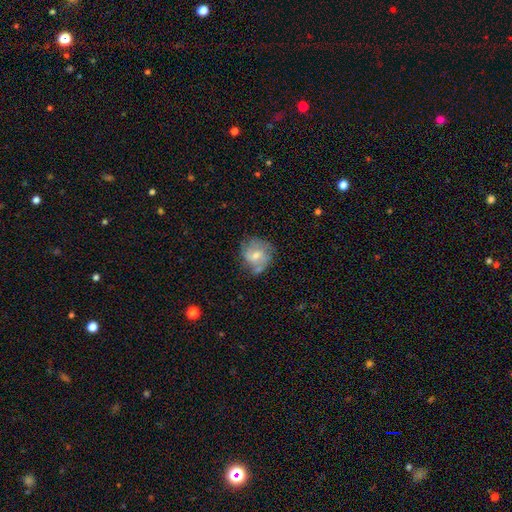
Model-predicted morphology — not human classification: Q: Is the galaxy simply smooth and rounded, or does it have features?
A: featured or disk — 54%.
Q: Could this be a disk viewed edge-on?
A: no — 97%.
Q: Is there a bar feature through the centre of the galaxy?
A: no — 49%.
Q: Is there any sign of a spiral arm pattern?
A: yes — 74%.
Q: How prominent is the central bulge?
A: moderate — 54%.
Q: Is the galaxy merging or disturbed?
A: none — 59%.